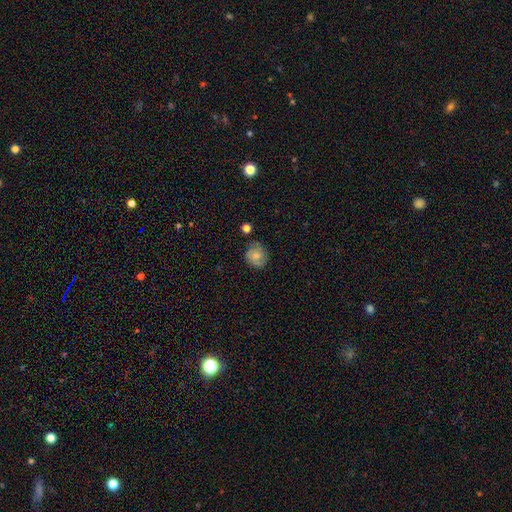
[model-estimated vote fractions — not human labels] Smooth or featured? smooth (55%)
How rounded? round (76%)
Merging? none (71%)